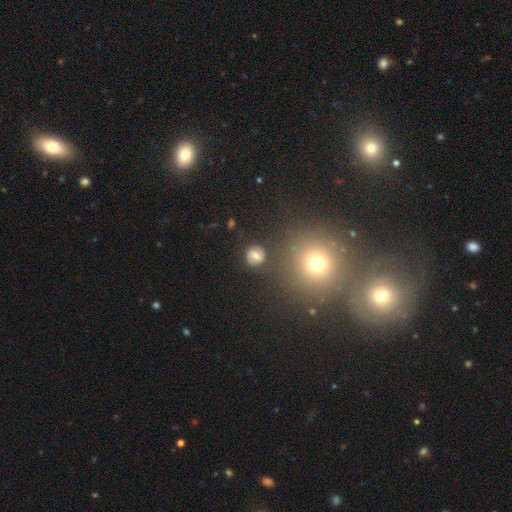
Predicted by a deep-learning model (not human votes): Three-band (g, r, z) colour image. It shows a smooth galaxy with no disk features (46%). Merging: none (82%).